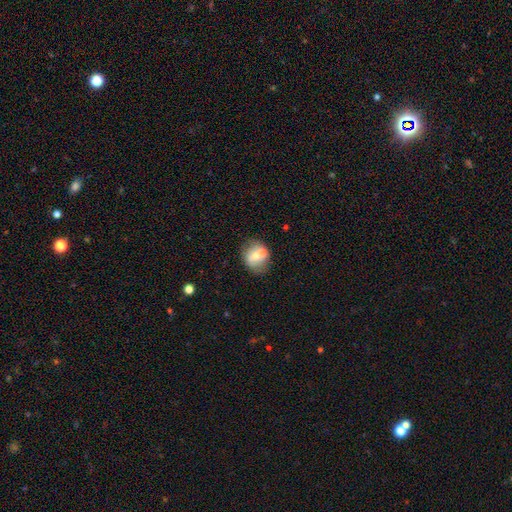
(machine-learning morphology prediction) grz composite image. It shows a smooth galaxy with no disk features (60%) that is round (68%). Merging: none (52%).